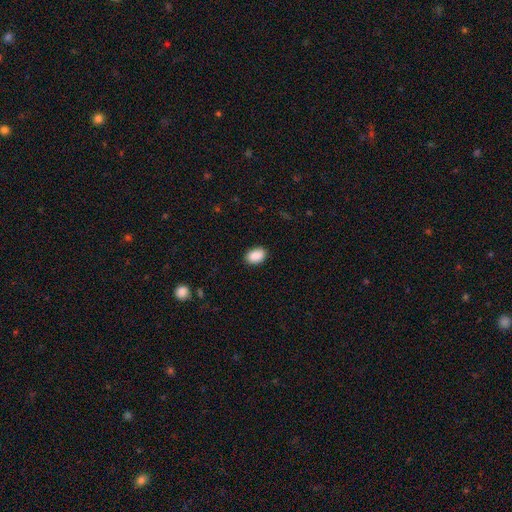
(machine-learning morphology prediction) A smooth galaxy with no disk features (90%) that is in between round and cigar-shaped (87%).

Vote fractions:
- Smooth or featured? smooth: 90% / star or artifact: 7% / featured or disk: 3%
- How rounded? in between: 87% / round: 12% / cigar-shaped: 1%
- Merging? none: 89% / minor disturbance: 8% / major disturbance: 2% / merger: 1%